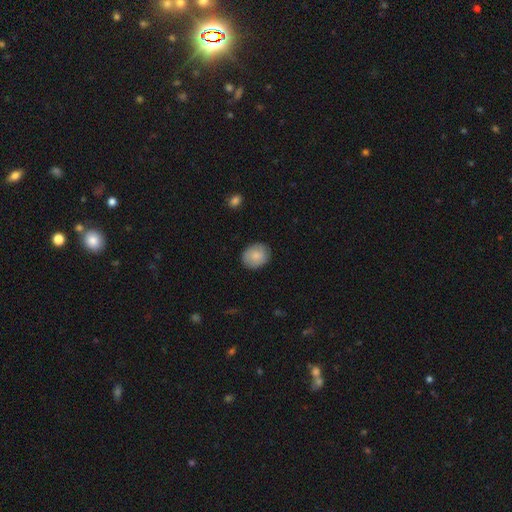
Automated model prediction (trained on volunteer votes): Overall: smooth (81%). How rounded: round (57%; in between 42%). Merging: none (85%).